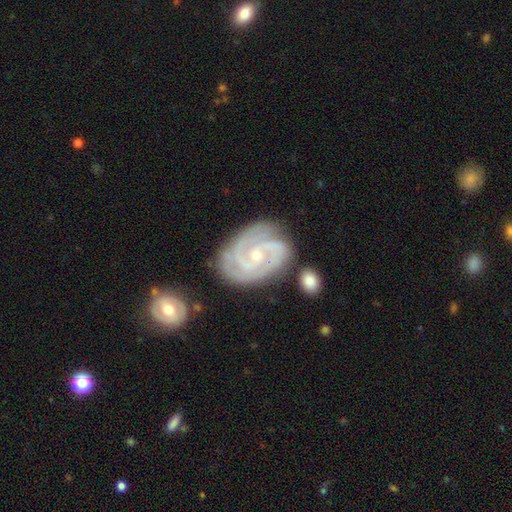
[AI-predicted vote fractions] Smooth or featured?
  - featured or disk: 89% *
  - smooth: 6%
  - star or artifact: 5%
Edge-on disk?
  - no: 98% *
  - yes: 2%
Bar?
  - no: 55% *
  - weak: 37%
  - strong: 8%
Spiral arms?
  - yes: 98% *
  - no: 2%
Spiral winding?
  - tight: 63% *
  - medium: 32%
  - loose: 5%
Spiral arm count?
  - 2: 41% *
  - 3: 31%
  - can't tell: 13%
  - 4: 7%
  - 1: 4%
  - more than 4: 4%
Bulge size?
  - small: 67% *
  - moderate: 29%
  - none: 2%
  - large: 1%
  - dominant: 1%
Merging?
  - none: 70% *
  - minor disturbance: 20%
  - major disturbance: 6%
  - merger: 5%